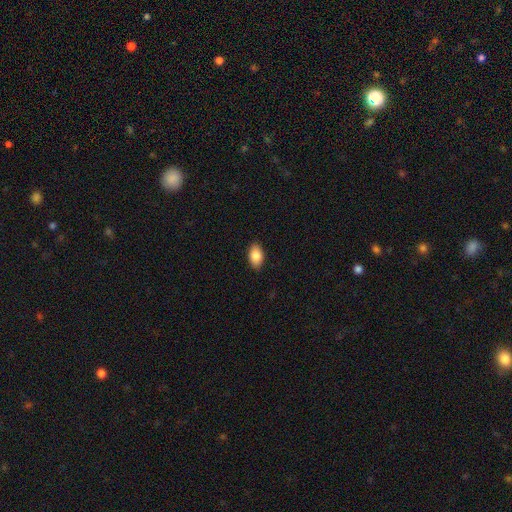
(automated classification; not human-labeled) Smooth or featured? Predicted: smooth (p=0.87). How rounded? Predicted: in between (p=0.92). Merging? Predicted: none (p=0.88).